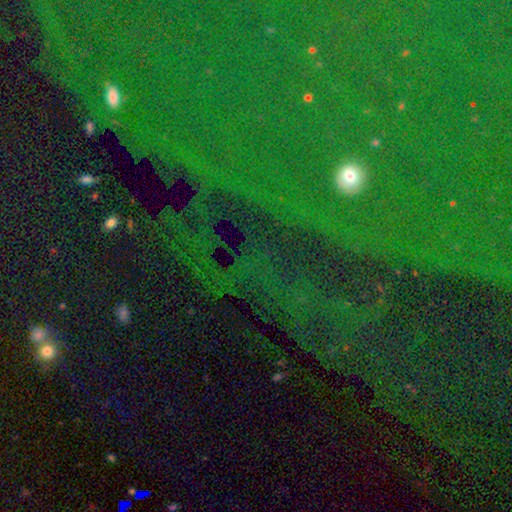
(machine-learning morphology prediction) Smooth or featured? star or artifact (72%)